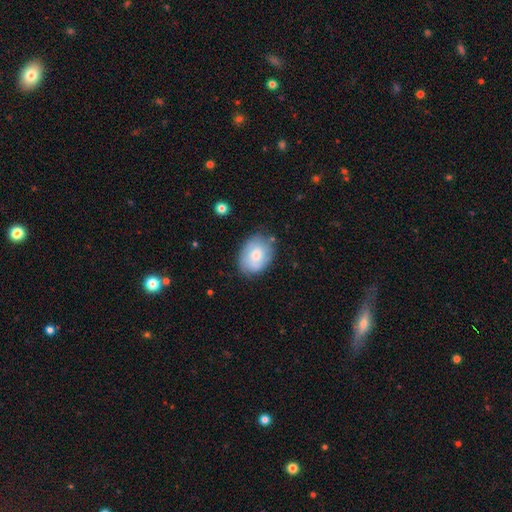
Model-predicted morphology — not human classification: Smooth or featured: smooth — 66% (featured or disk — 27%)
How rounded: in between — 68% (round — 31%)
Merging: none — 73% (minor disturbance — 20%)